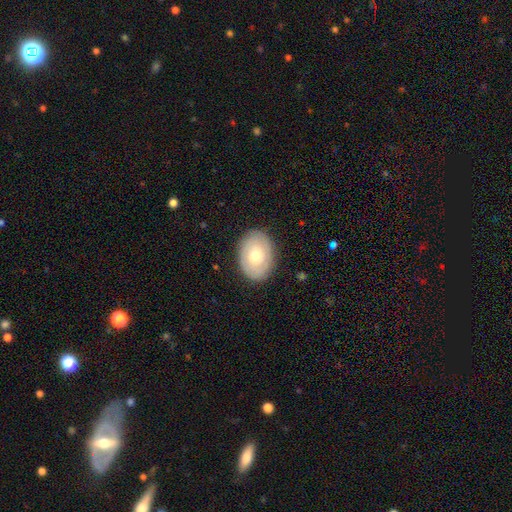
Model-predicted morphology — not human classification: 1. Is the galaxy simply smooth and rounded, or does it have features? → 55% smooth, 38% featured or disk, 6% star or artifact.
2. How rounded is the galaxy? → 77% in between, 22% round, 1% cigar-shaped.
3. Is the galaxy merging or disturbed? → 86% none, 10% minor disturbance, 3% major disturbance, 1% merger.